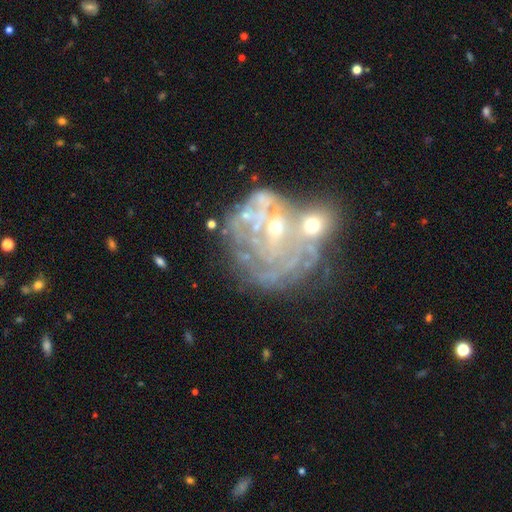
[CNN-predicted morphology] Overall: featured or disk (75%). Edge-on disk: no (97%). Bar: no (72%). Spiral arms: yes (61%; no 39%). Bulge size: small (63%; moderate 23%). Merging: merger (35%; none 31%).